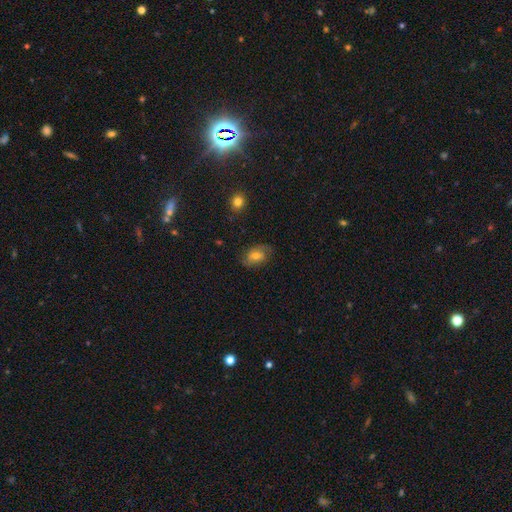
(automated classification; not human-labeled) smooth 45% (tied), featured or disk 45% (tied), star or artifact 10%. Down the decision tree: merging — none (72%).